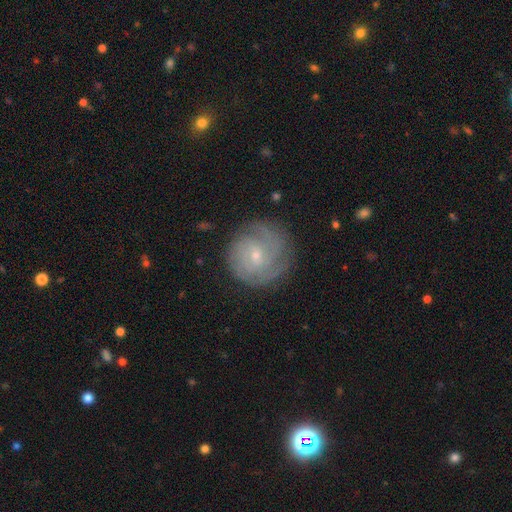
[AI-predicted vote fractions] Morphology: type=featured or disk (74%); edge-on=no (97%); bar=no (60%); spiral arms=yes (92%); winding=tight (68%); arm count=can't tell (35%); bulge=small (74%); merging=none (79%).